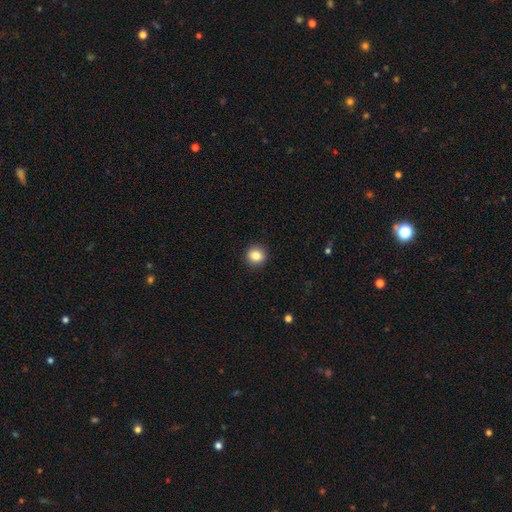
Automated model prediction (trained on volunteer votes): Smooth or featured: smooth — 85% (star or artifact — 10%)
How rounded: round — 92% (in between — 7%)
Merging: none — 93% (minor disturbance — 5%)